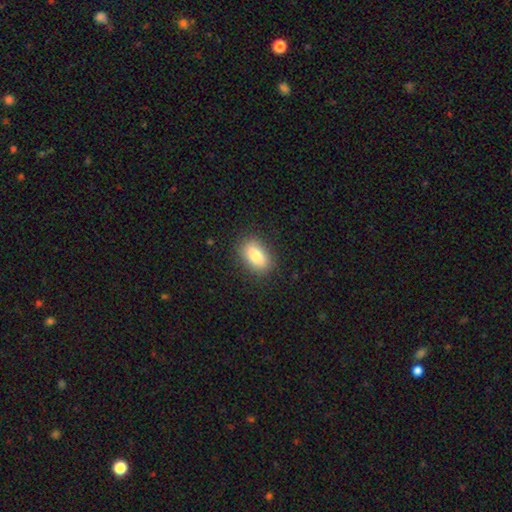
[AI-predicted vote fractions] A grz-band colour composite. It shows a smooth galaxy with no disk features (83%) that is in between round and cigar-shaped (87%). Merging: none (86%).